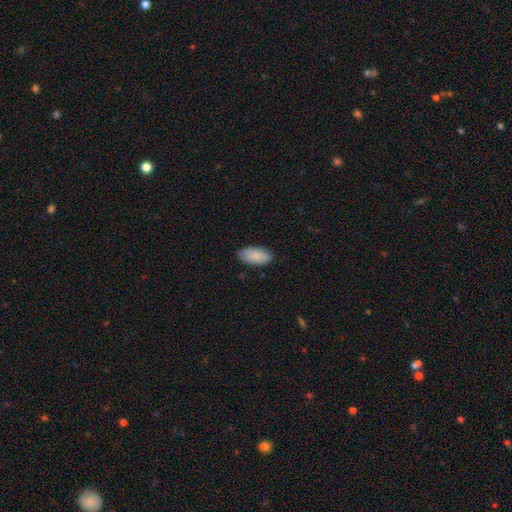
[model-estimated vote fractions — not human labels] smooth_or_featured: smooth (p=0.86) [alt: featured or disk p=0.08]
how_rounded: in between (p=0.94) [alt: cigar-shaped p=0.04]
merging: none (p=0.86) [alt: minor disturbance p=0.11]